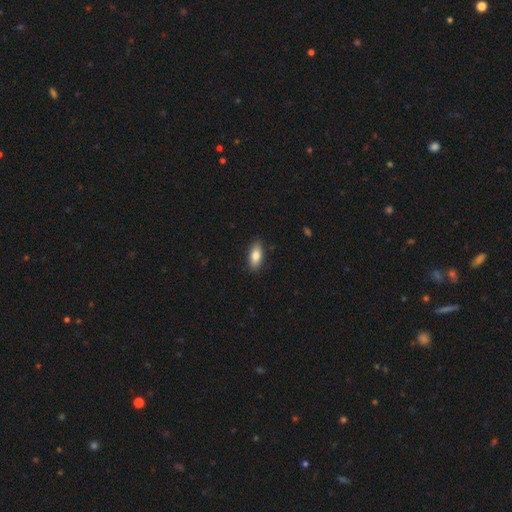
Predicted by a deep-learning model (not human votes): smooth-or-featured: smooth: 83% | featured or disk: 10% | star or artifact: 6%
  how-rounded: in between: 86% | cigar-shaped: 11% | round: 3%
  merging: none: 88% | minor disturbance: 9% | major disturbance: 2% | merger: 1%